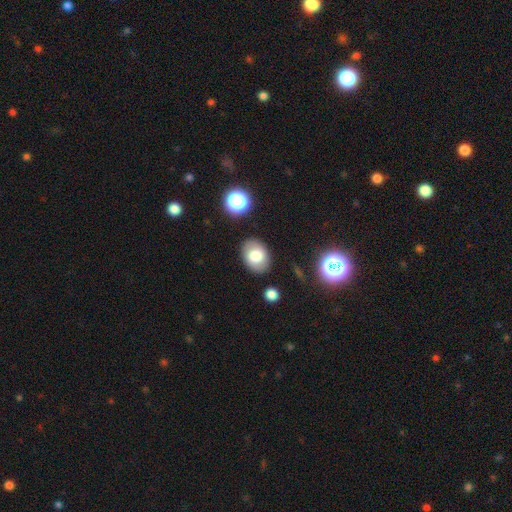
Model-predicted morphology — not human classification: Smooth or featured? Predicted: smooth (p=0.76). How rounded? Predicted: in between (p=0.70). Merging? Predicted: none (p=0.84).